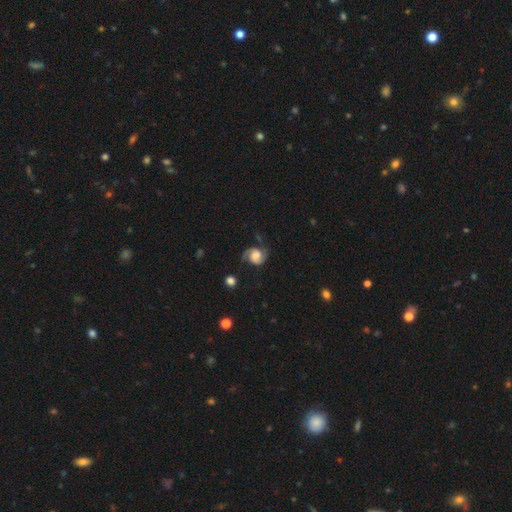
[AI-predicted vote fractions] featured or disk 80%, smooth 13%, star or artifact 7%. Down the decision tree: edge-on disk — no (98%); bar — no (59%); spiral arms — yes (97%); spiral arm count — 2 (92%); spiral winding — medium (51%); bulge size — moderate (36%); merging — none (73%).